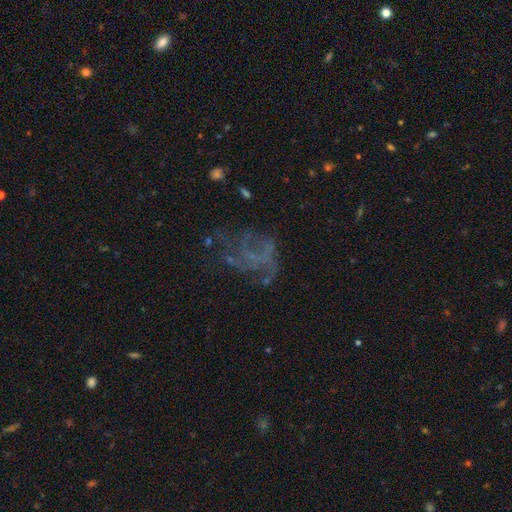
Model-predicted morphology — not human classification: smooth-or-featured: featured or disk: 54% | star or artifact: 26% | smooth: 20%
  disk-edge-on: no: 98% | yes: 2%
    bar: no: 86% | weak: 11% | strong: 3%
    has-spiral-arms: no: 68% | yes: 32%
    bulge-size: none: 82% | small: 11% | moderate: 5% | large: 2% | dominant: 1%
  merging: none: 44% | major disturbance: 35% | minor disturbance: 16% | merger: 4%